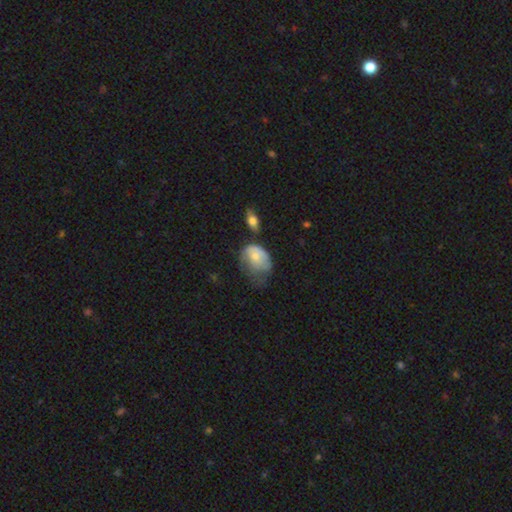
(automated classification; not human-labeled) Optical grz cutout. It shows a smooth galaxy with no disk features (61%) that is in between round and cigar-shaped (66%). Merging: major disturbance (40%).